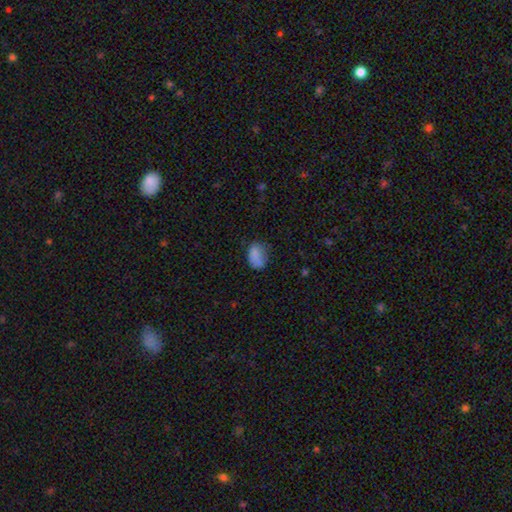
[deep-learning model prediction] Smooth or featured? smooth (81%)
How rounded? in between (81%)
Merging? none (54%)